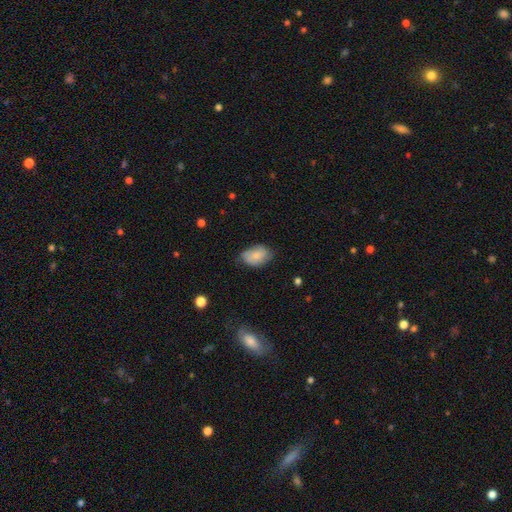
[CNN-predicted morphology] Smooth or featured? Predicted: smooth (p=0.69). How rounded? Predicted: in between (p=0.84). Merging? Predicted: none (p=0.56).